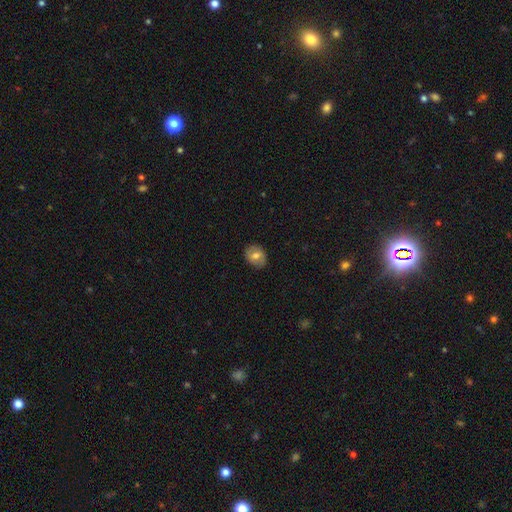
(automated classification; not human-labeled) smooth 70%, featured or disk 22%, star or artifact 9%. Down the decision tree: how rounded — round (57%); merging — none (86%).